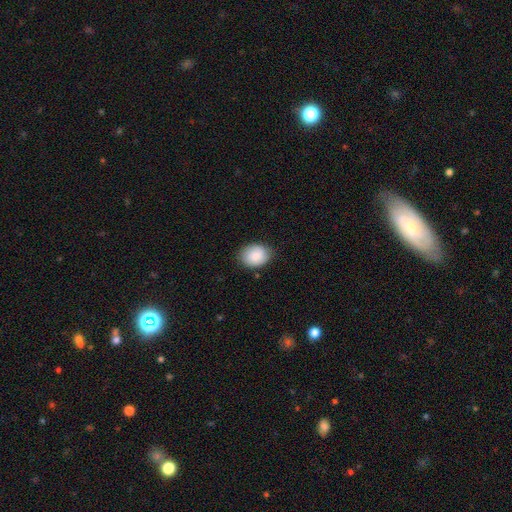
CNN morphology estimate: The model was most divided on "how rounded": in between: 58%, round: 41%, cigar-shaped: 1%. More confident: smooth or featured — smooth (86%); merging — none (82%).